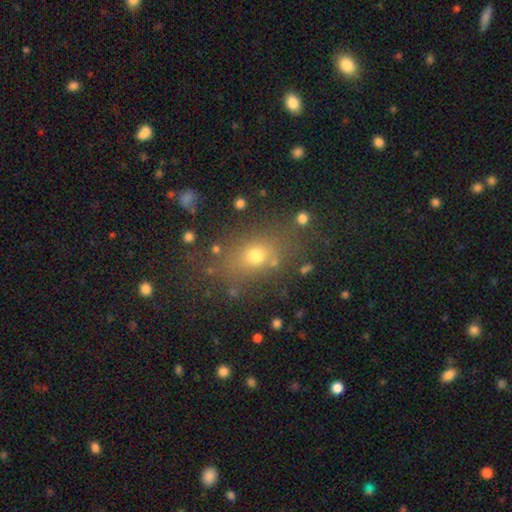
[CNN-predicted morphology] Smooth or featured? smooth (68%)
How rounded? in between (54%)
Merging? none (74%)